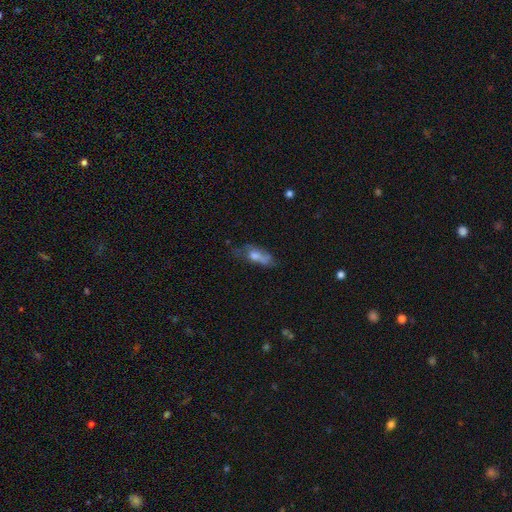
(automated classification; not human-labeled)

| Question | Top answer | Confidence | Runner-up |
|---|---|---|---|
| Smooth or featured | smooth | 50% | featured or disk (37%) |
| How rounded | in between | 63% | cigar-shaped (31%) |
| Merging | none | 39% | minor disturbance (26%) |